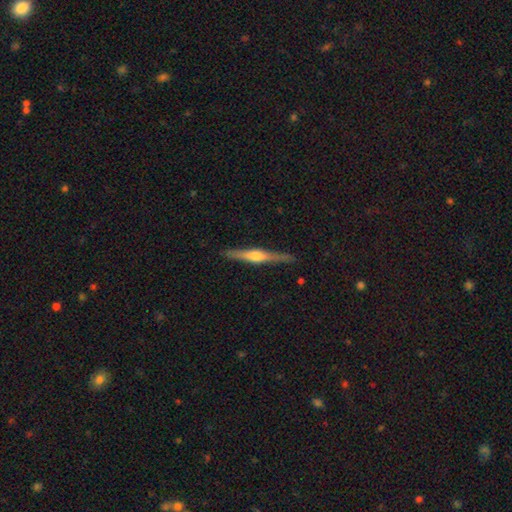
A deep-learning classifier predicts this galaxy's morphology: This appears to be a featured or disk galaxy (73%) viewed edge-on (98%) with a rounded central bulge (88%). Merging: none (88%).